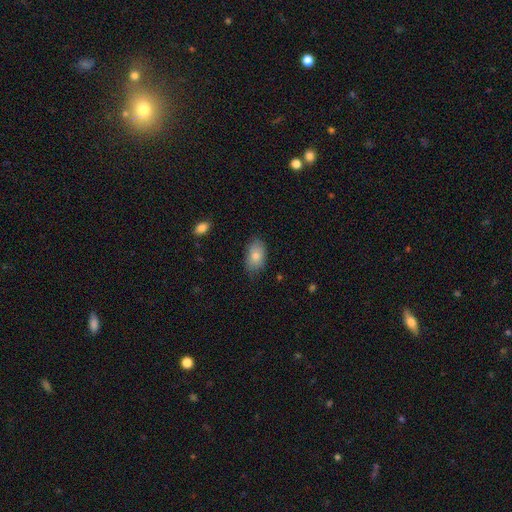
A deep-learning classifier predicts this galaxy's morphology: The model was most divided on "merging": none: 75%, minor disturbance: 20%, major disturbance: 4%, merger: 1%. More confident: how rounded — in between (91%); smooth or featured — smooth (82%).